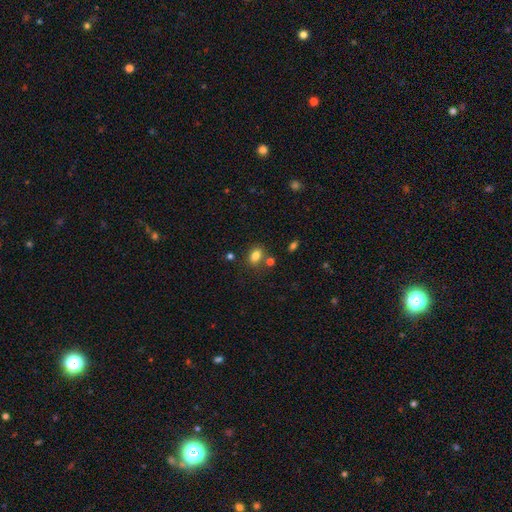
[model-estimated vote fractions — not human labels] smooth 81%, star or artifact 12%, featured or disk 8%. Down the decision tree: how rounded — in between (73%); merging — none (69%).